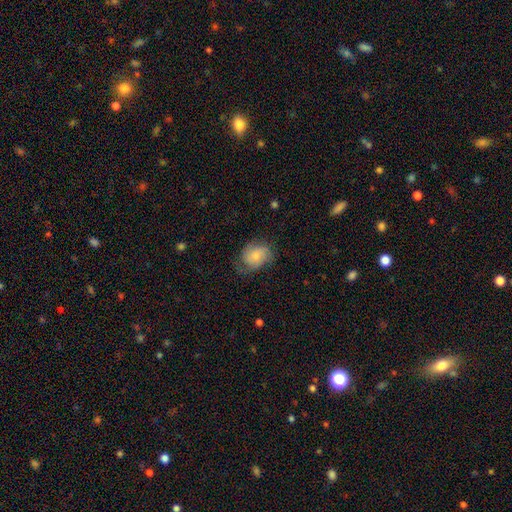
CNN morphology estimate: smooth-or-featured: smooth: 50% | featured or disk: 42% | star or artifact: 8%
  how-rounded: in between: 55% | round: 44% | cigar-shaped: 1%
  merging: none: 54% | minor disturbance: 29% | major disturbance: 16% | merger: 1%